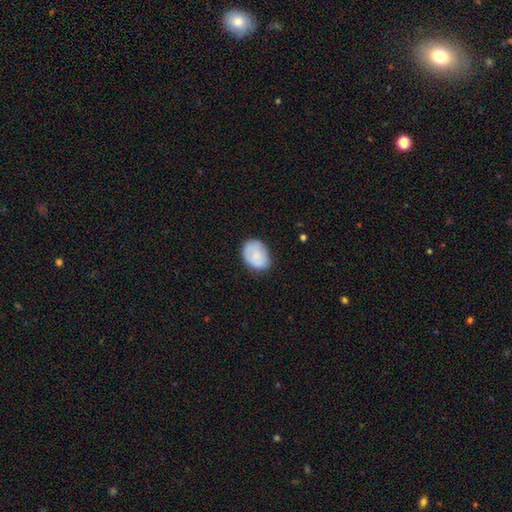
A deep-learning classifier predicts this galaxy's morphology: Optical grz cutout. It shows a smooth galaxy with no disk features (79%) that is in between round and cigar-shaped (70%). Merging: none (72%).